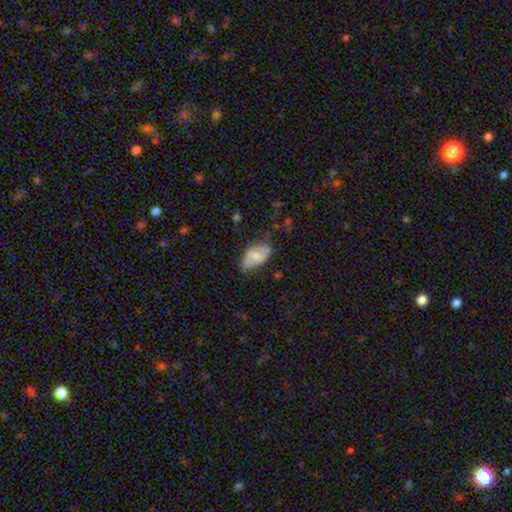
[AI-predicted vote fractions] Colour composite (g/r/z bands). It shows a smooth galaxy with no disk features (50%) that is in between round and cigar-shaped (92%). Merging: none (60%).